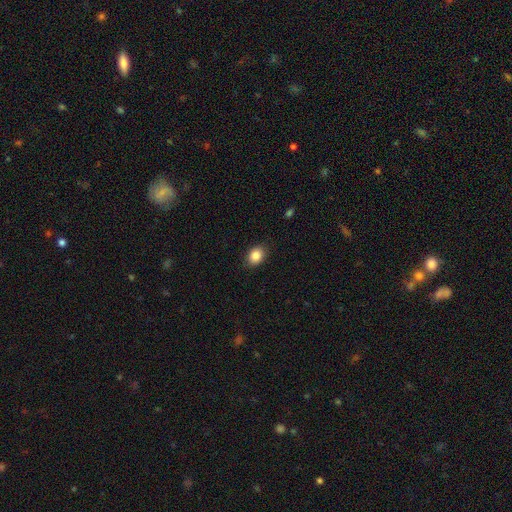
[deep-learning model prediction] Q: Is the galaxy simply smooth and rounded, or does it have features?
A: smooth — 85%.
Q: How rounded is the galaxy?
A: in between — 67%.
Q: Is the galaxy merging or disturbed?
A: none — 87%.